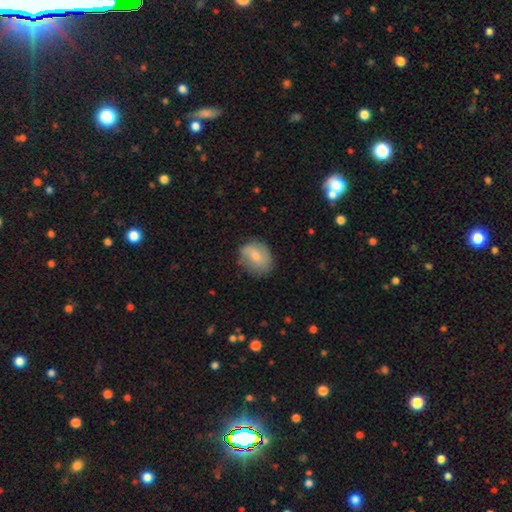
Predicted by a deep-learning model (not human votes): The model was most divided on "how rounded": in between: 55%, round: 44%, cigar-shaped: 1%. More confident: merging — none (71%); smooth or featured — smooth (68%).